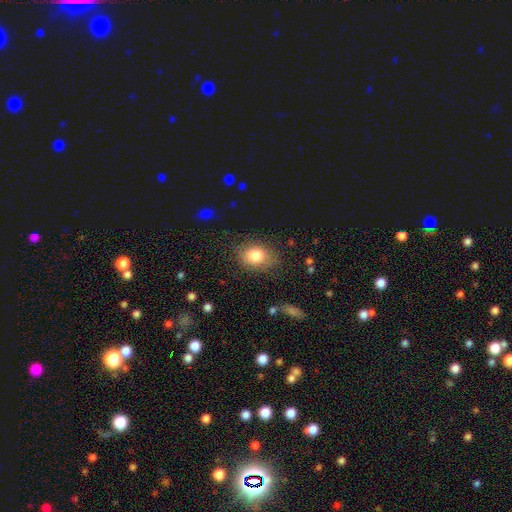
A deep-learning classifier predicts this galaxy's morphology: Smooth or featured?
  - smooth: 81% *
  - featured or disk: 10%
  - star or artifact: 9%
How rounded?
  - in between: 67% *
  - round: 32%
  - cigar-shaped: 1%
Merging?
  - none: 77% *
  - minor disturbance: 16%
  - major disturbance: 5%
  - merger: 2%